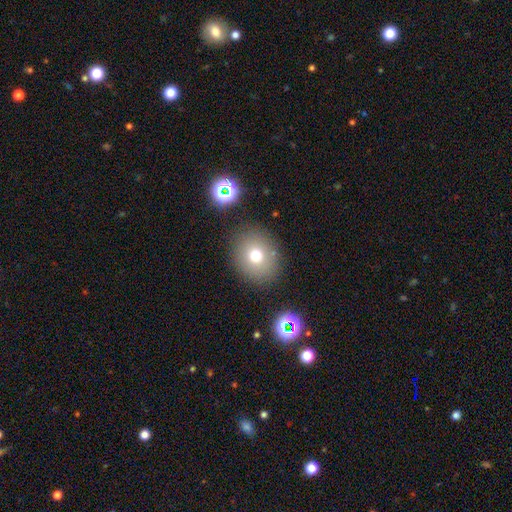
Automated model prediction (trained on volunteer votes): Smooth or featured? smooth (72%)
How rounded? round (68%)
Merging? none (84%)